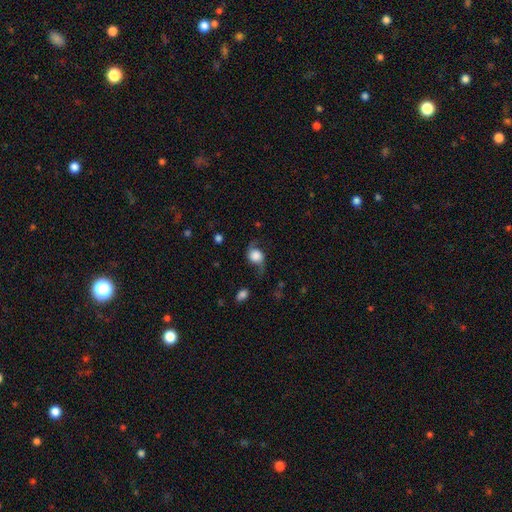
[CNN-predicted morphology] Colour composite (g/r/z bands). It shows a featured or disk galaxy (56%) with no bar (72%), spiral arms (90%) and a large central bulge (39%). Merging: none (61%).